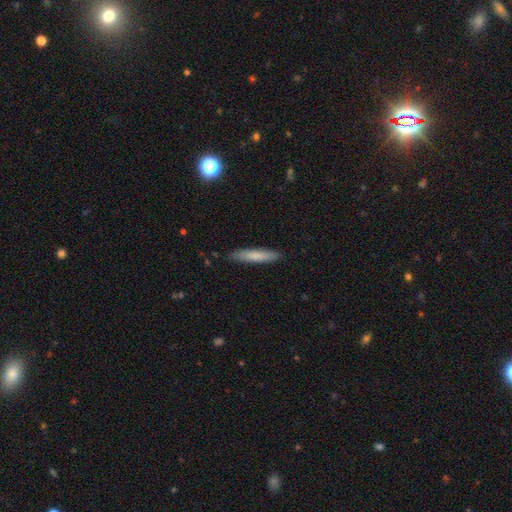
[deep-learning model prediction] smooth_or_featured: smooth (p=0.77) [alt: featured or disk p=0.17]
how_rounded: cigar-shaped (p=0.92) [alt: in between p=0.07]
merging: none (p=0.90) [alt: minor disturbance p=0.08]